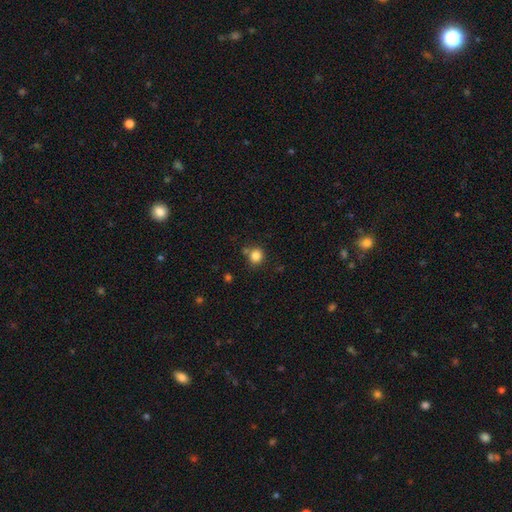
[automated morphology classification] Overall: smooth (83%). How rounded: round (84%). Merging: none (74%).